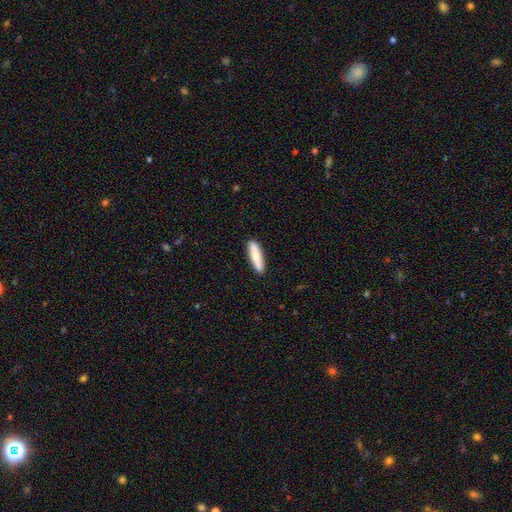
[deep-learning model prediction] smooth 75%, featured or disk 19%, star or artifact 5%. Down the decision tree: how rounded — cigar-shaped (78%); merging — none (89%).